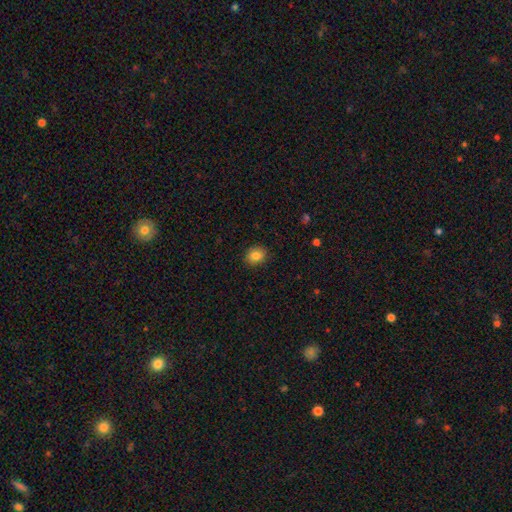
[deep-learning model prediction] Smooth or featured: smooth — 84% (star or artifact — 10%)
How rounded: round — 62% (in between — 37%)
Merging: none — 89% (minor disturbance — 8%)